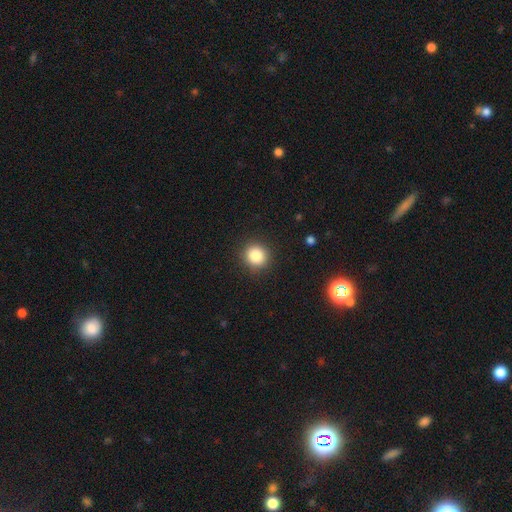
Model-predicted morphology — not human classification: A smooth galaxy with no disk features (85%) that is round (91%). Merging: none (91%).